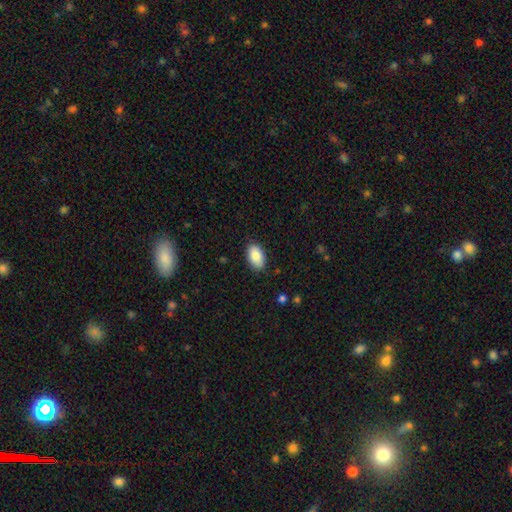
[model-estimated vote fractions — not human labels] smooth-or-featured: smooth: 85% | featured or disk: 8% | star or artifact: 7%
  how-rounded: in between: 94% | round: 5% | cigar-shaped: 1%
  merging: none: 87% | minor disturbance: 10% | major disturbance: 2% | merger: 1%